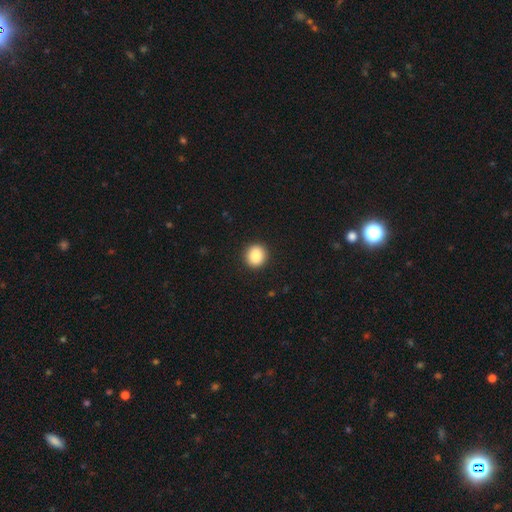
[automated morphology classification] Smooth or featured? Predicted: smooth (p=0.88). How rounded? Predicted: round (p=0.88). Merging? Predicted: none (p=0.93).